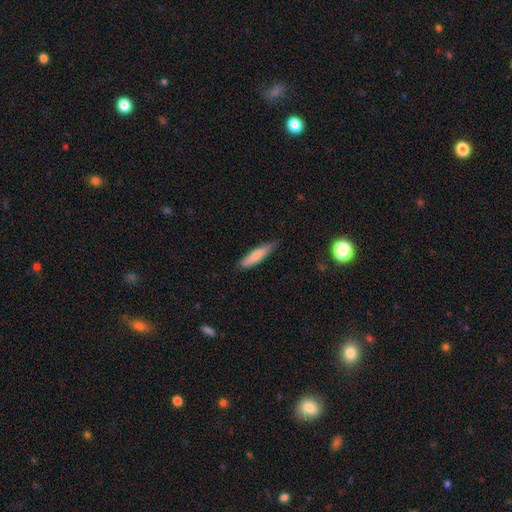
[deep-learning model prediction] Morphology: type=smooth (79%); roundness=cigar-shaped (76%); merging=none (76%).